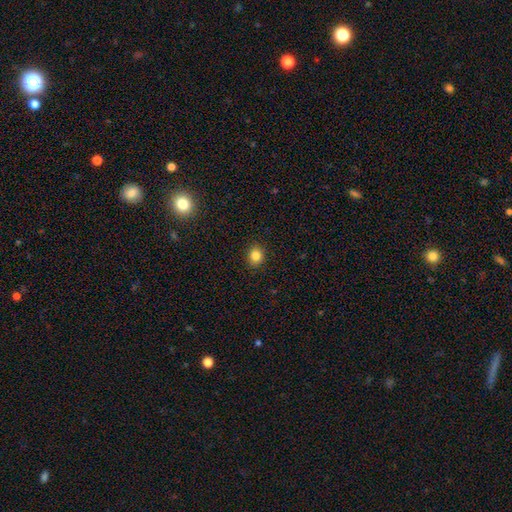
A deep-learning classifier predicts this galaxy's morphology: Smooth or featured?
  - smooth: 83% *
  - star or artifact: 11%
  - featured or disk: 5%
How rounded?
  - round: 70% *
  - in between: 29%
  - cigar-shaped: 1%
Merging?
  - none: 90% *
  - minor disturbance: 7%
  - major disturbance: 2%
  - merger: 1%